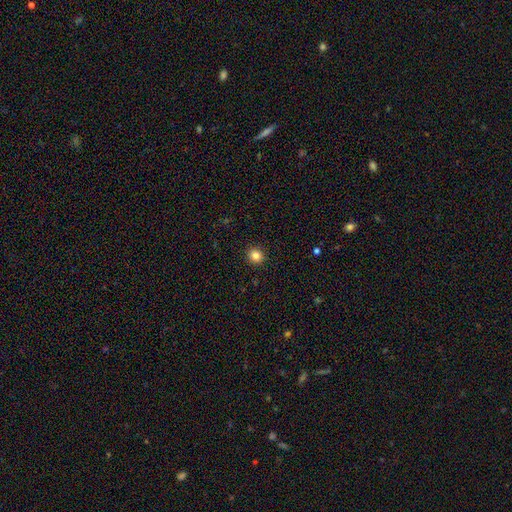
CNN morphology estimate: This is clearly a smooth galaxy (84%). How rounded: clearly round (89%). Merging: clearly none (93%).